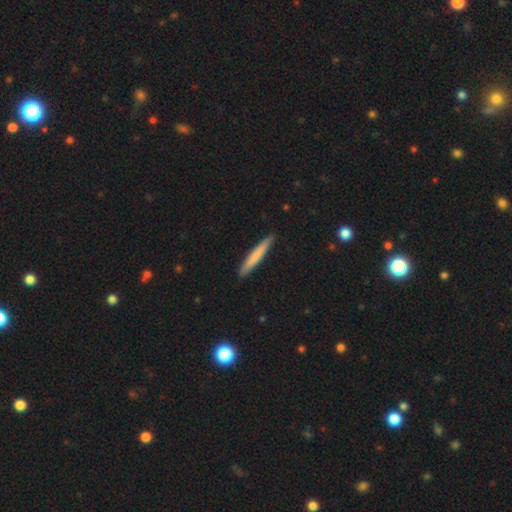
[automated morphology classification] The model was most divided on "smooth or featured": smooth: 71%, featured or disk: 23%, star or artifact: 5%. More confident: how rounded — cigar-shaped (96%); merging — none (91%).